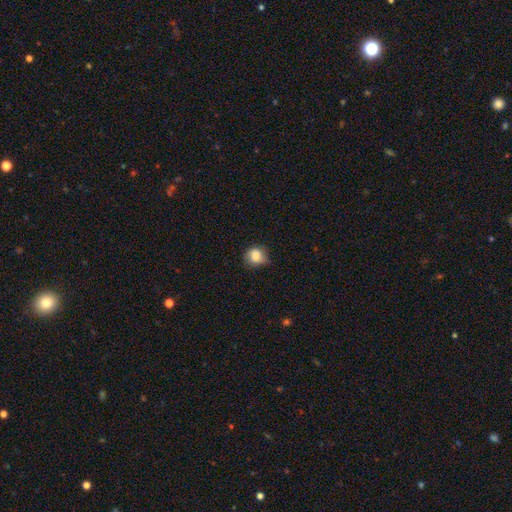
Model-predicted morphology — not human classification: smooth-or-featured: smooth: 83% | star or artifact: 9% | featured or disk: 7%
  how-rounded: round: 77% | in between: 22% | cigar-shaped: 1%
  merging: none: 64% | minor disturbance: 28% | major disturbance: 6% | merger: 1%